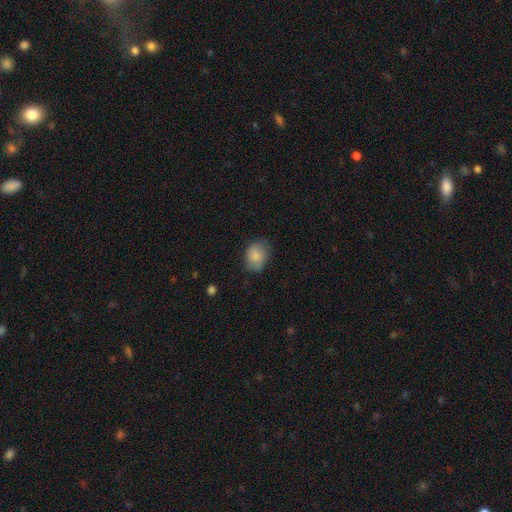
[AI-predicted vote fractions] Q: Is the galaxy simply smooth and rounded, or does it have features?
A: smooth — 85%.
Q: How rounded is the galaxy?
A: in between — 61%.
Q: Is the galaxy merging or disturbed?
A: none — 71%.